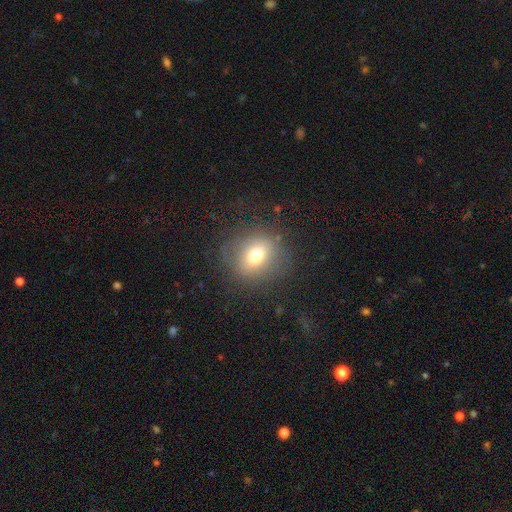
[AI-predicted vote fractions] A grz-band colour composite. It shows a smooth galaxy with no disk features (68%) that is round (67%). Merging: none (73%).